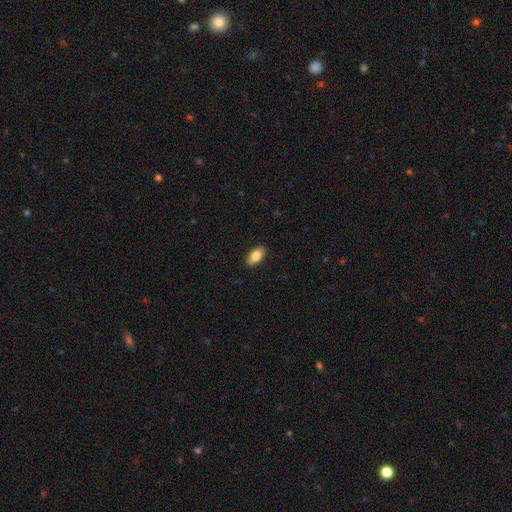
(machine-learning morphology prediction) Overall: smooth (85%). How rounded: in between (93%). Merging: none (89%).